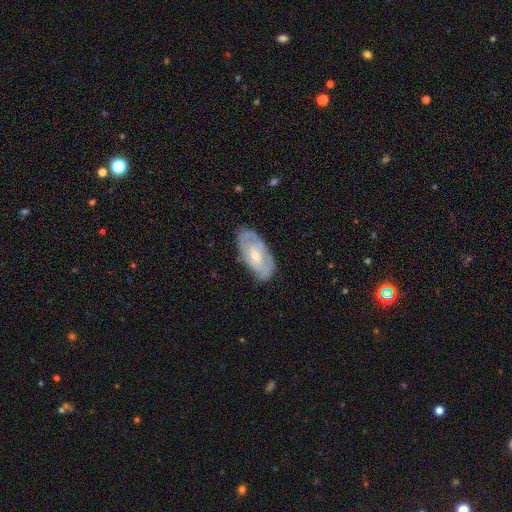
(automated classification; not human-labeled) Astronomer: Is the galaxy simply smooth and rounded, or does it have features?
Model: featured or disk — 59% (runner-up: smooth, 36%).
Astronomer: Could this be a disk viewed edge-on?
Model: no — 90%.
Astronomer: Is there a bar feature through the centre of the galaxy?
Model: no — 64%.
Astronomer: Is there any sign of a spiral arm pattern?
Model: yes — 62% (runner-up: no, 38%).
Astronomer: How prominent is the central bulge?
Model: moderate — 53% (runner-up: small, 38%).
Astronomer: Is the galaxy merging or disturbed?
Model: none — 72%.